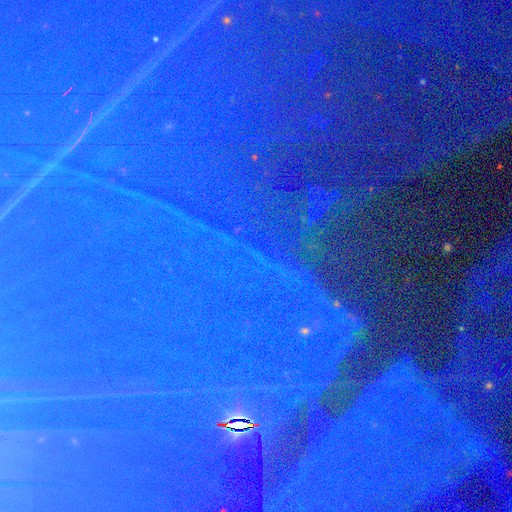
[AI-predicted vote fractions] smooth_or_featured: star or artifact (p=0.86) [alt: featured or disk p=0.07]